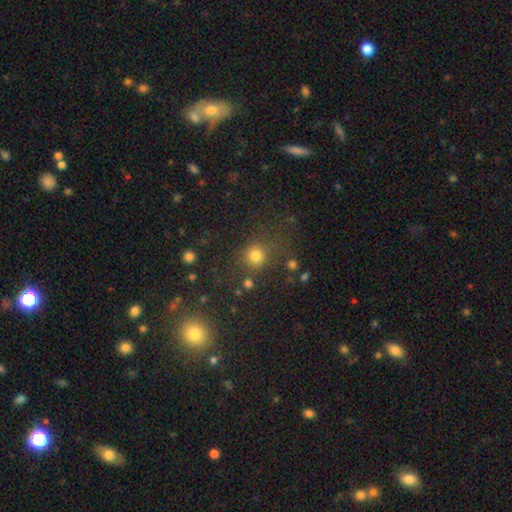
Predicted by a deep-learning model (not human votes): Morphology: type=smooth (77%); roundness=round (87%); merging=none (73%).